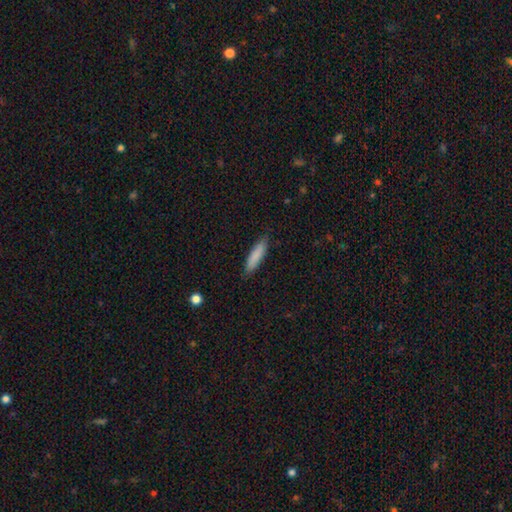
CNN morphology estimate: Smooth or featured?
  - smooth: 85% *
  - featured or disk: 9%
  - star or artifact: 6%
How rounded?
  - cigar-shaped: 74% *
  - in between: 24%
  - round: 1%
Merging?
  - none: 85% *
  - minor disturbance: 12%
  - major disturbance: 2%
  - merger: 1%